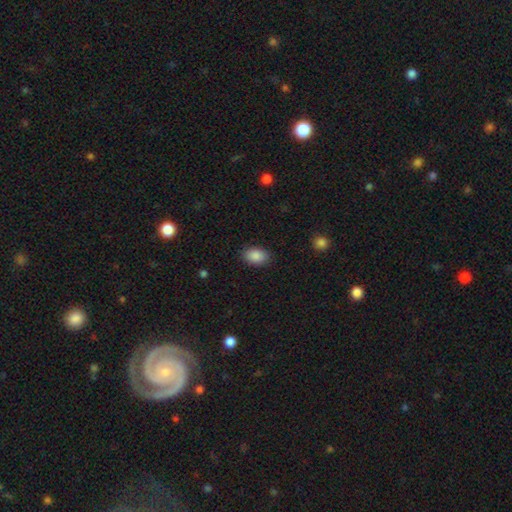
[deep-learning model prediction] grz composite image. It shows a smooth galaxy with no disk features (89%) that is in between round and cigar-shaped (86%). Merging: none (87%).